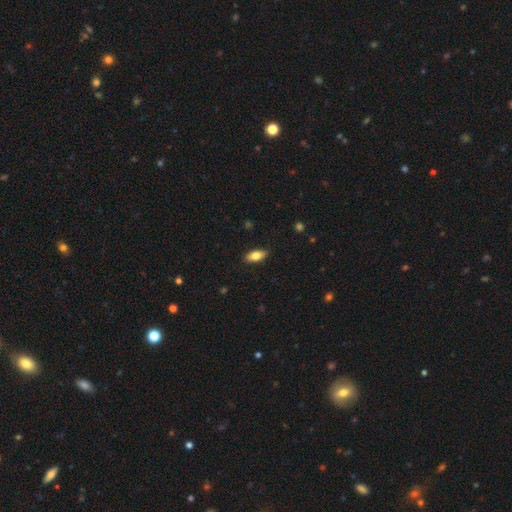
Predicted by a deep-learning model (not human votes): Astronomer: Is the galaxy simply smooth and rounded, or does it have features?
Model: smooth — 79%.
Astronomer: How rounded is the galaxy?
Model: in between — 87%.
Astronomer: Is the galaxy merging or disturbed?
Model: none — 88%.